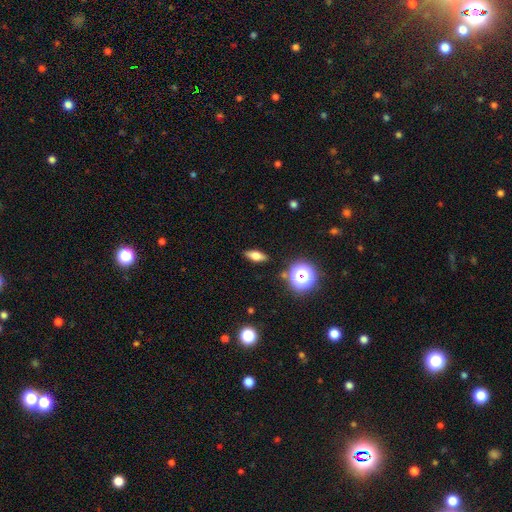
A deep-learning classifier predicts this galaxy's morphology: A smooth galaxy with no disk features (60%) that is in between round and cigar-shaped (64%). Merging: none (88%).